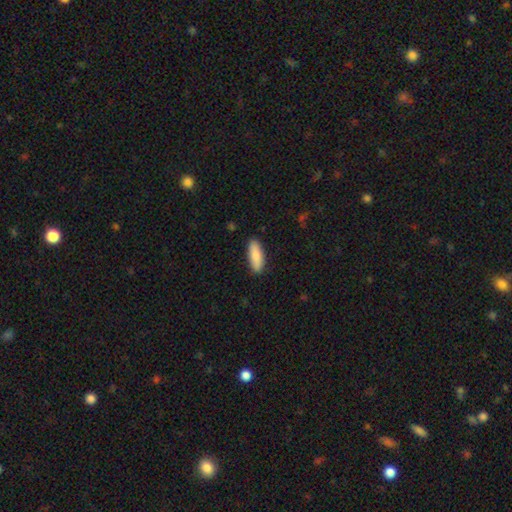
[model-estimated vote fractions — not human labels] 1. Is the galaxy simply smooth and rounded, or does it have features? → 89% smooth, 6% featured or disk, 5% star or artifact.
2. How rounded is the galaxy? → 60% in between, 38% cigar-shaped, 2% round.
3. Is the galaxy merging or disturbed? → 88% none, 9% minor disturbance, 2% major disturbance, 1% merger.